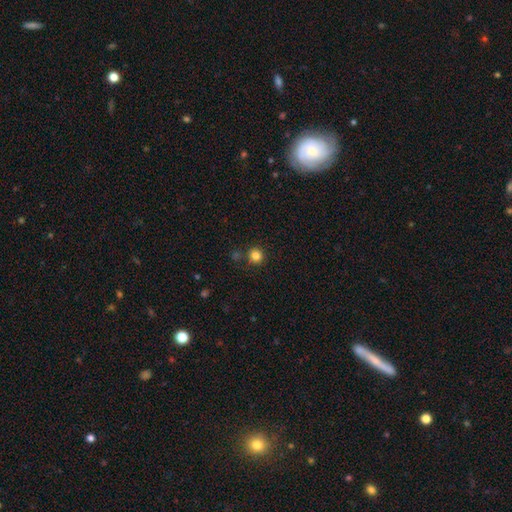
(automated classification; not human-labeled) smooth_or_featured: smooth (p=0.83) [alt: star or artifact p=0.13]
how_rounded: round (p=0.94) [alt: in between p=0.05]
merging: none (p=0.83) [alt: minor disturbance p=0.08]